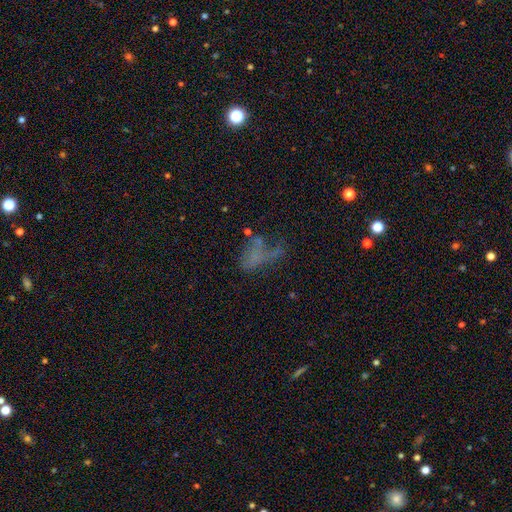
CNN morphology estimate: A smooth galaxy with no disk features (41%). Merging: major disturbance (41%).